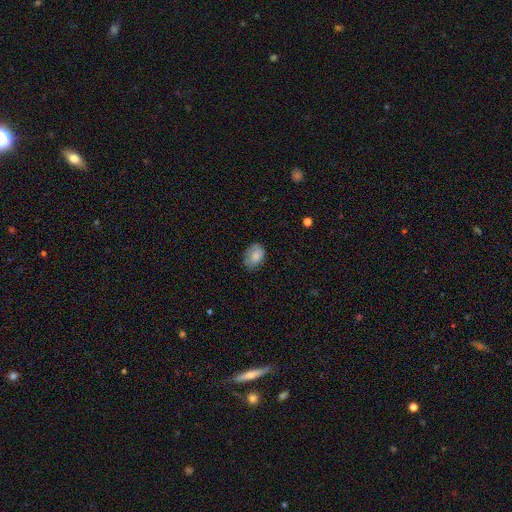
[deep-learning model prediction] A smooth galaxy with no disk features (78%) that is in between round and cigar-shaped (74%).

Vote fractions:
- Smooth or featured? smooth: 78% / featured or disk: 14% / star or artifact: 8%
- How rounded? in between: 74% / round: 25% / cigar-shaped: 1%
- Merging? none: 70% / minor disturbance: 23% / major disturbance: 5% / merger: 1%